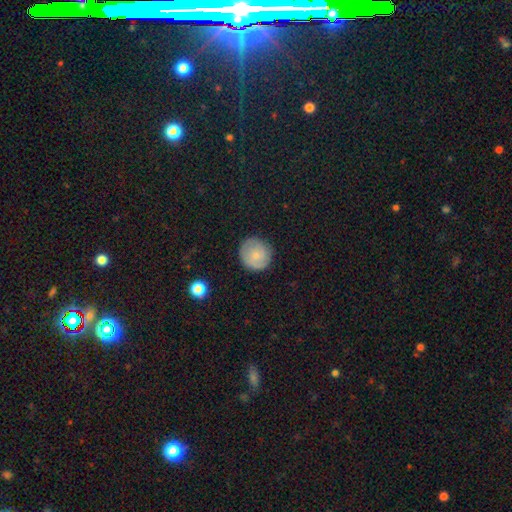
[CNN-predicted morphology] smooth_or_featured: smooth (p=0.70) [alt: featured or disk p=0.22]
how_rounded: round (p=0.92) [alt: in between p=0.07]
merging: none (p=0.84) [alt: minor disturbance p=0.12]